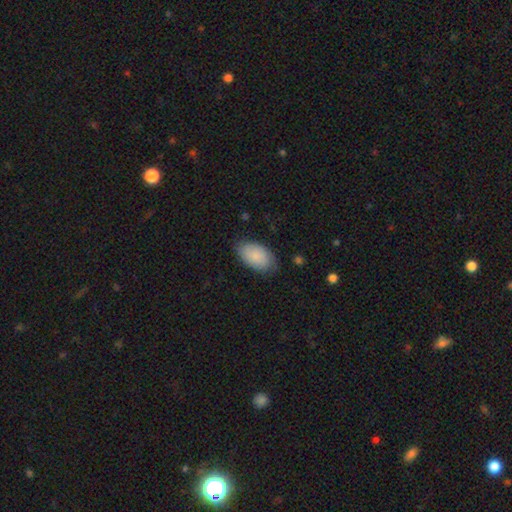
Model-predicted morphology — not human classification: smooth 86%, featured or disk 8%, star or artifact 6%. Down the decision tree: how rounded — in between (94%); merging — none (77%).